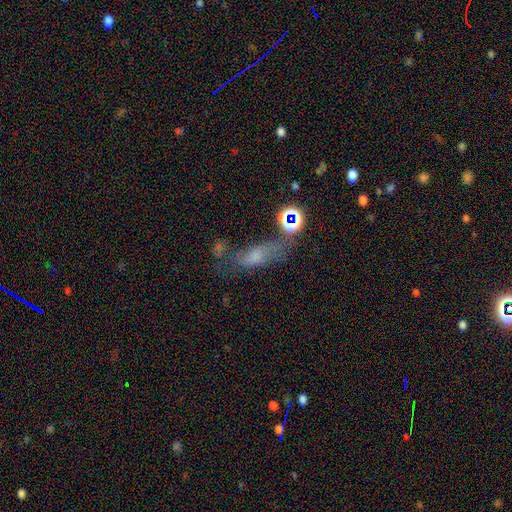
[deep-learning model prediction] smooth-or-featured: smooth: 39% | featured or disk: 31% | star or artifact: 30%
  merging: none: 43% | major disturbance: 23% | minor disturbance: 20% | merger: 14%